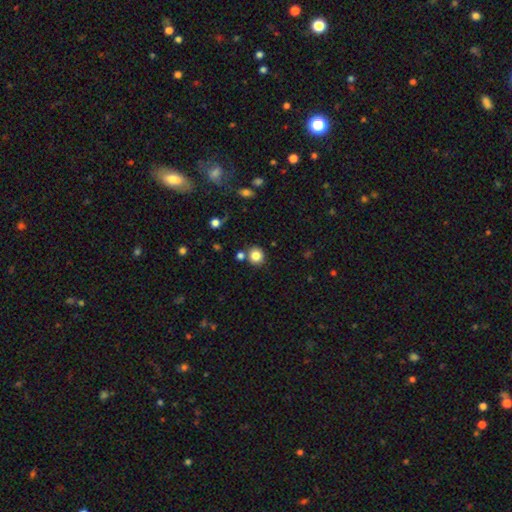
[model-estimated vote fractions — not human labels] Morphology: type=smooth (83%); roundness=round (89%); merging=none (79%).